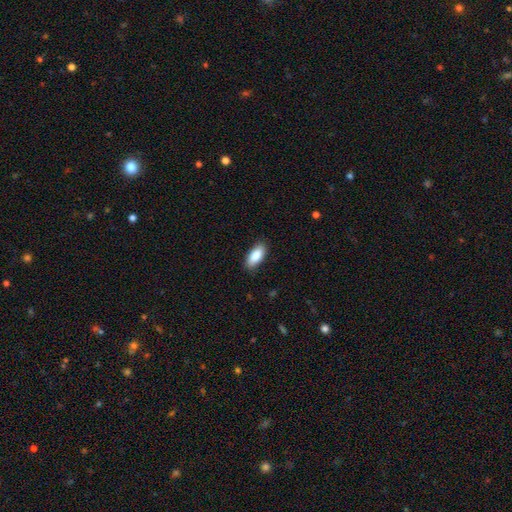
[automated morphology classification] Smooth or featured? smooth (88%)
How rounded? in between (88%)
Merging? none (86%)